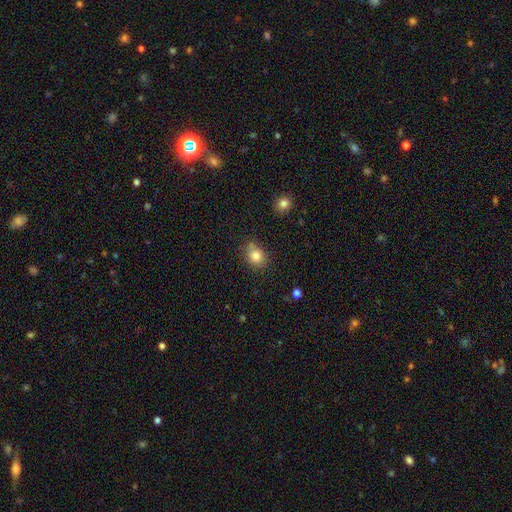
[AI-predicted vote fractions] Overall: smooth (82%). How rounded: round (57%; in between 42%). Merging: none (70%).